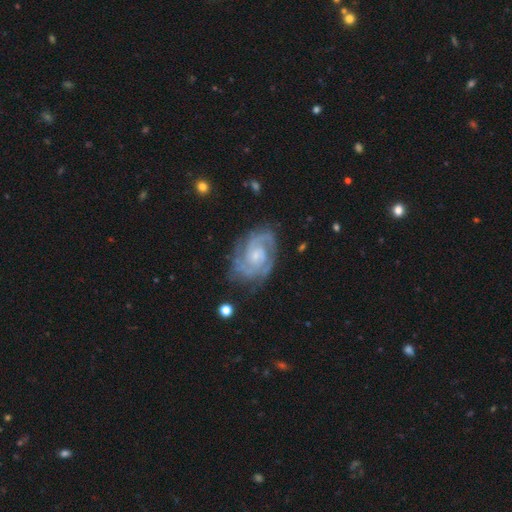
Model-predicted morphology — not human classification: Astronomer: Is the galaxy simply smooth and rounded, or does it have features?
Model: featured or disk — 90%.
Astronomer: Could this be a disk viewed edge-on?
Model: no — 98%.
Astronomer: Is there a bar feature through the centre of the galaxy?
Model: no — 66%.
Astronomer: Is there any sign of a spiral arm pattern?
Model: yes — 98%.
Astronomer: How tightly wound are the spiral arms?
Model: tight — 60%.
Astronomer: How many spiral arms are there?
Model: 2 — 58%.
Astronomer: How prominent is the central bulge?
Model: small — 66%.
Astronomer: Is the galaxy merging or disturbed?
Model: none — 73%.